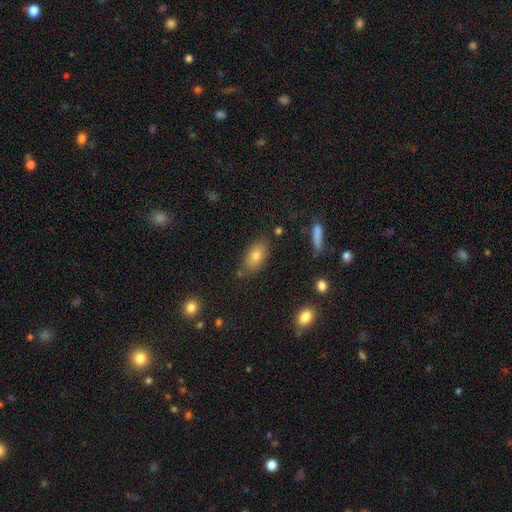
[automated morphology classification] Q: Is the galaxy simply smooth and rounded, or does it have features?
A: smooth — 77%.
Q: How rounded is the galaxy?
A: in between — 87%.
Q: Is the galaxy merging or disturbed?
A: none — 79%.